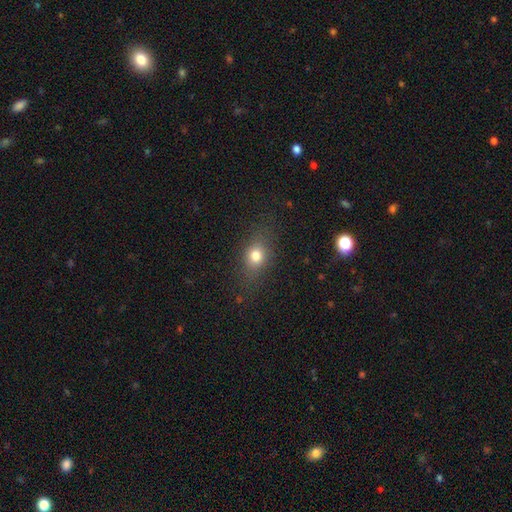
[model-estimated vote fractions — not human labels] smooth 76%, star or artifact 13%, featured or disk 11%. Down the decision tree: how rounded — in between (56%); merging — none (80%).